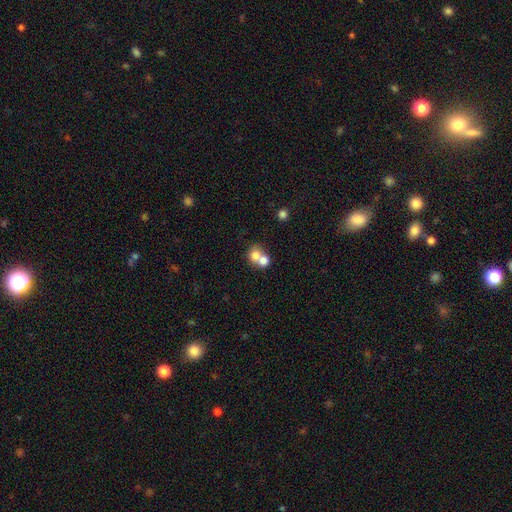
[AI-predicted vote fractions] A smooth galaxy with no disk features (74%) that is round (73%). Merging: merger (66%).